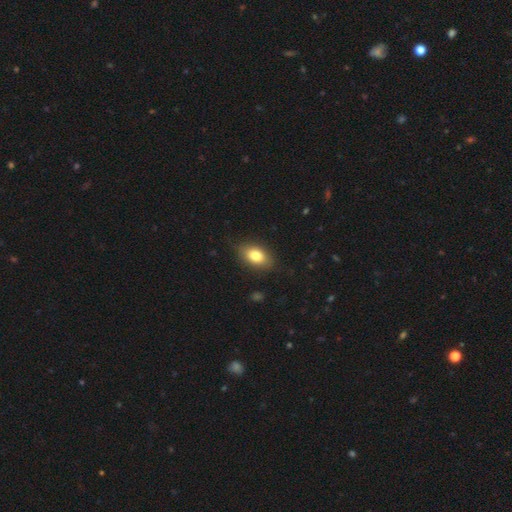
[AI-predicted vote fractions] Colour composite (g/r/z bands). It shows a smooth galaxy with no disk features (81%) that is in between round and cigar-shaped (88%). Merging: none (83%).